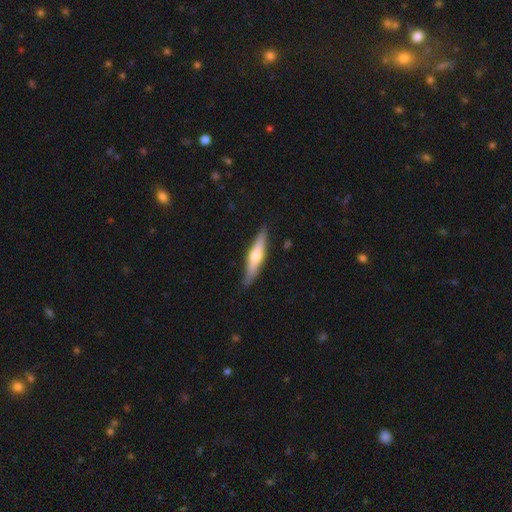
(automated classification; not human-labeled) Smooth or featured? featured or disk (48%)
Merging? none (88%)